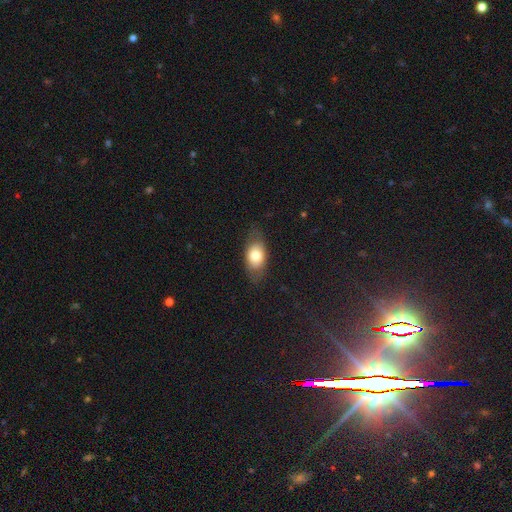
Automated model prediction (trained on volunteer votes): The model was most divided on "smooth or featured": smooth: 75%, featured or disk: 18%, star or artifact: 7%. More confident: how rounded — in between (85%); merging — none (75%).